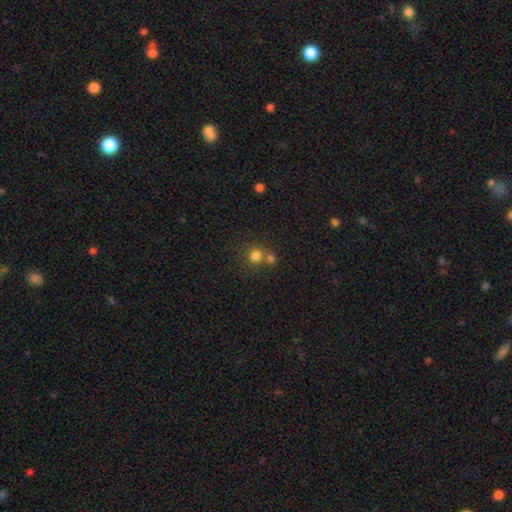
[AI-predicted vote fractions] Smooth or featured: smooth — 79% (star or artifact — 14%)
How rounded: round — 88% (in between — 11%)
Merging: none — 54% (merger — 36%)